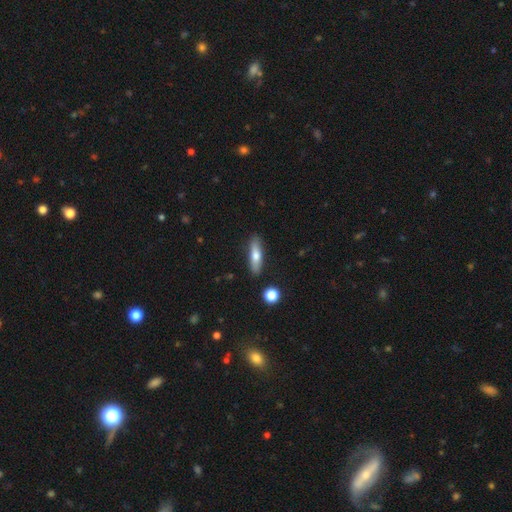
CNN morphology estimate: Smooth or featured? smooth (64%)
How rounded? cigar-shaped (66%)
Merging? none (86%)